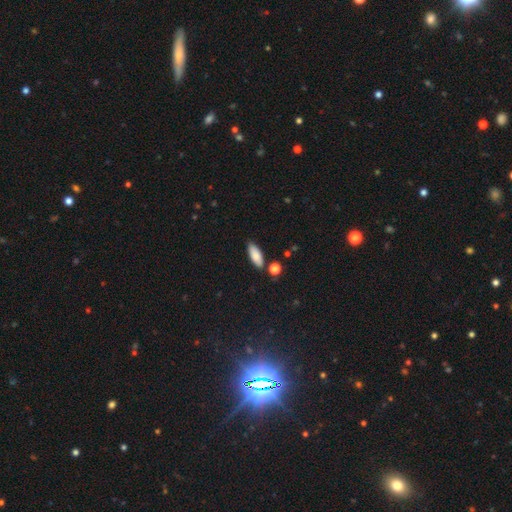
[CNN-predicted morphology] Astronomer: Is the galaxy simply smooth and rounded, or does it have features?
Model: smooth — 85%.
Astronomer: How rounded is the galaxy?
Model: in between — 75%.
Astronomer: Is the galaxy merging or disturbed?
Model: none — 79%.